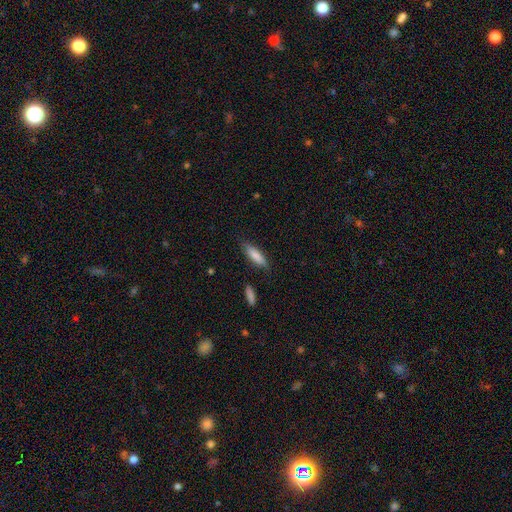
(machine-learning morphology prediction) type=smooth (81%); roundness=cigar-shaped (65%); merging=none (80%).